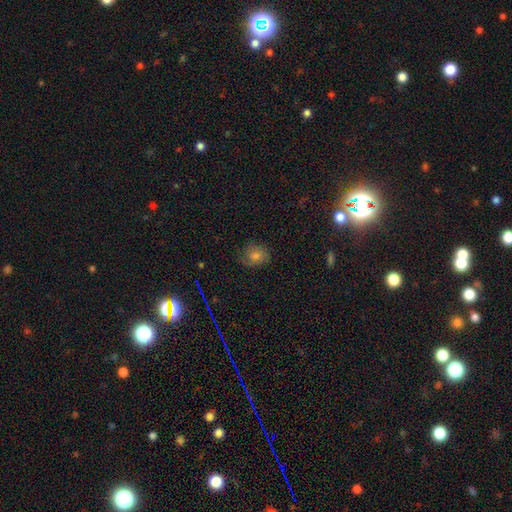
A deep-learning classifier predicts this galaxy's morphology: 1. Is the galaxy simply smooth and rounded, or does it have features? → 50% smooth, 25% featured or disk, 25% star or artifact.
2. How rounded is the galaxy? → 64% round, 35% in between, 1% cigar-shaped.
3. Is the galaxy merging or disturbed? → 74% none, 18% minor disturbance, 6% major disturbance, 1% merger.